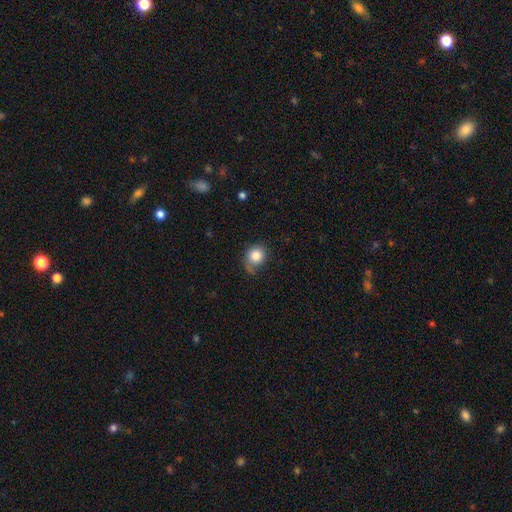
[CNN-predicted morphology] smooth 82%, star or artifact 9%, featured or disk 9%. Down the decision tree: how rounded — round (73%); merging — none (54%).